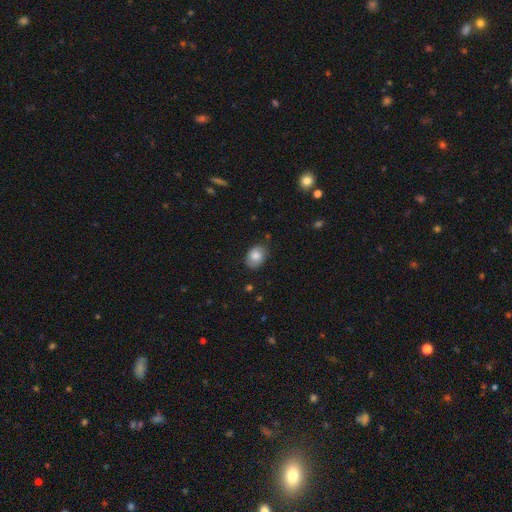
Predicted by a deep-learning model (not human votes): Morphology: type=smooth (79%); roundness=in between (72%); merging=none (79%).